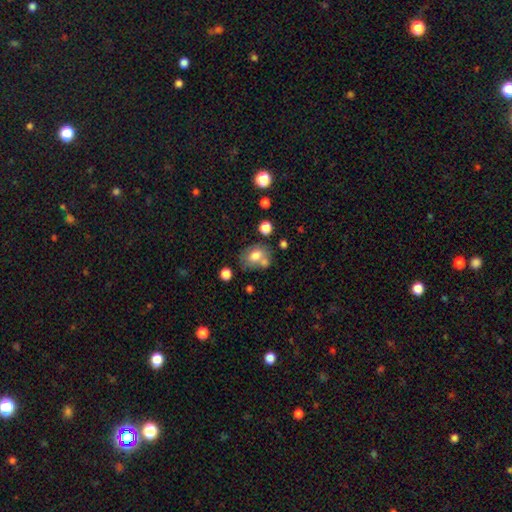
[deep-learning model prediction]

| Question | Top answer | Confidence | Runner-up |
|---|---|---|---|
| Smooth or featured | smooth | 73% | featured or disk (18%) |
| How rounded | in between | 63% | round (36%) |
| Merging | none | 48% | merger (28%) |